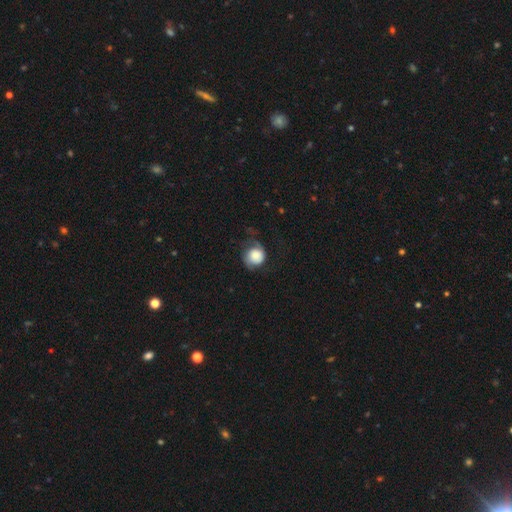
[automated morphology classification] type=smooth (65%); roundness=round (83%); merging=none (49%).